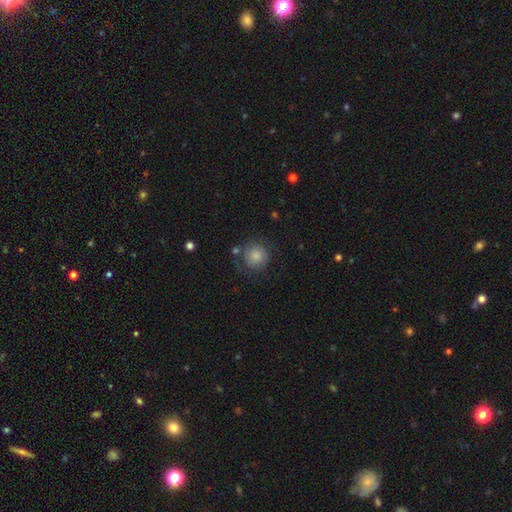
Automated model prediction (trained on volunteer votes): smooth_or_featured: smooth (p=0.73) [alt: featured or disk p=0.19]
how_rounded: round (p=0.91) [alt: in between p=0.08]
merging: none (p=0.65) [alt: minor disturbance p=0.18]